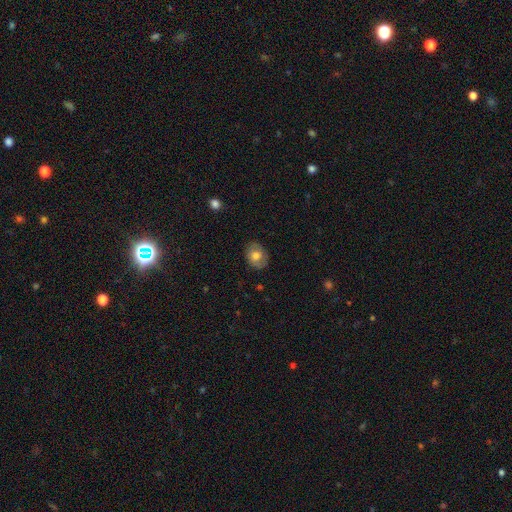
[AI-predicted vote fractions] A smooth galaxy with no disk features (64%) that is in between round and cigar-shaped (53%).

Vote fractions:
- Smooth or featured? smooth: 64% / featured or disk: 28% / star or artifact: 8%
- How rounded? in between: 53% / round: 46% / cigar-shaped: 1%
- Merging? none: 80% / minor disturbance: 15% / major disturbance: 4% / merger: 1%